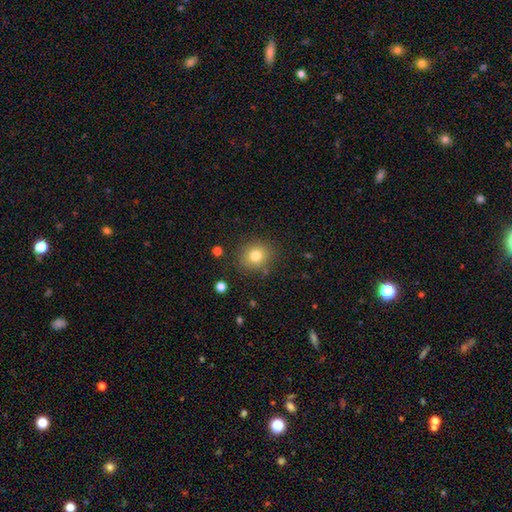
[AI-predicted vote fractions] This is likely a smooth galaxy (79%). How rounded: likely round (77%). Merging: clearly none (83%).